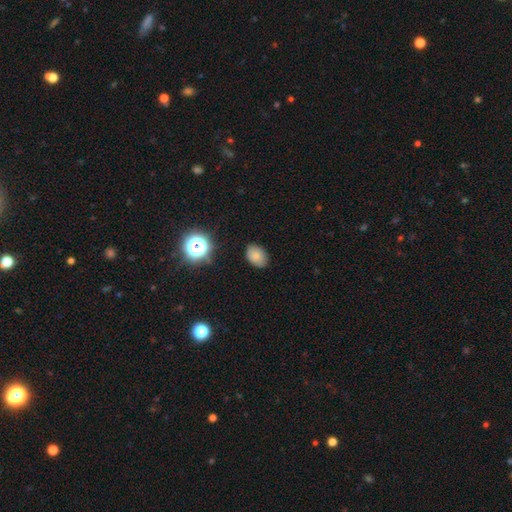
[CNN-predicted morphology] This is likely a smooth galaxy (79%). How rounded: clearly in between (80%). Merging: clearly none (82%).